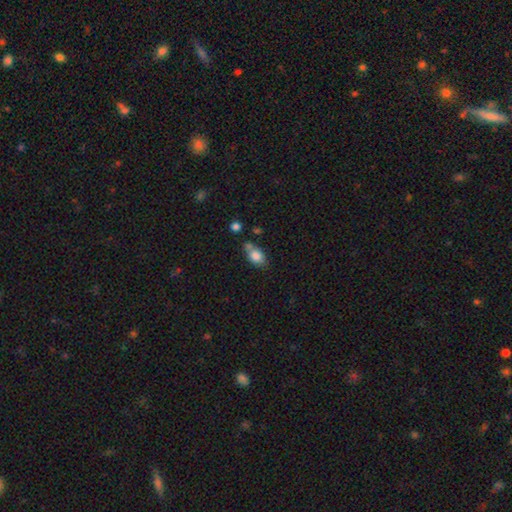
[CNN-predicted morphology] Smooth or featured? smooth (80%)
How rounded? in between (77%)
Merging? none (50%)